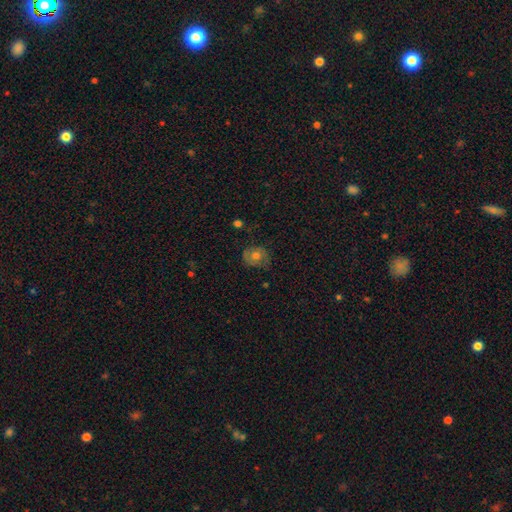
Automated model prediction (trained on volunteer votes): Smooth or featured?
  - smooth: 59% *
  - featured or disk: 30%
  - star or artifact: 10%
How rounded?
  - round: 68% *
  - in between: 31%
  - cigar-shaped: 1%
Merging?
  - none: 66% *
  - minor disturbance: 24%
  - major disturbance: 8%
  - merger: 2%